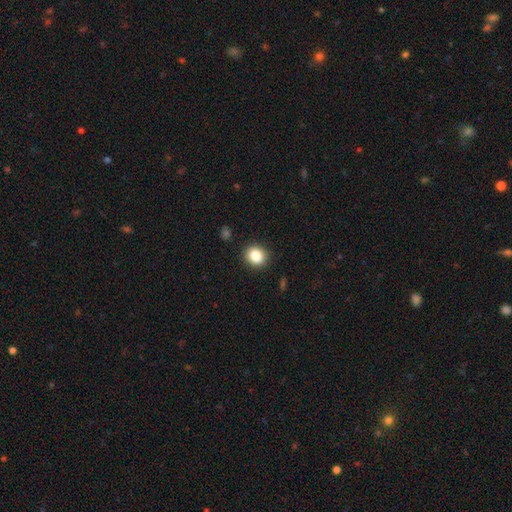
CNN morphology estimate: Smooth or featured: smooth — 85% (star or artifact — 10%)
How rounded: round — 75% (in between — 24%)
Merging: none — 90% (minor disturbance — 7%)